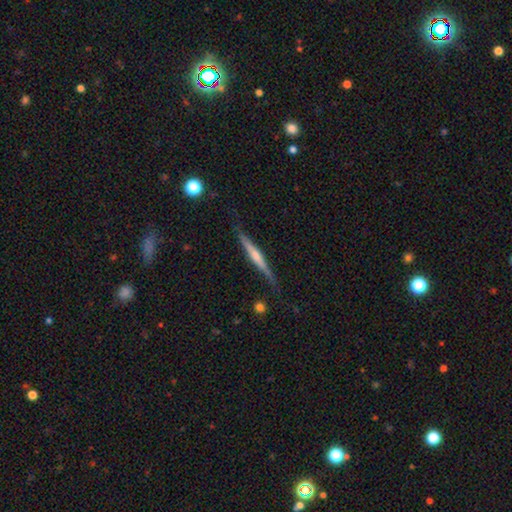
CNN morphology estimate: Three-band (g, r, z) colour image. It shows a featured or disk galaxy (60%) viewed edge-on (97%) with a rounded central bulge (54%). Merging: none (79%).